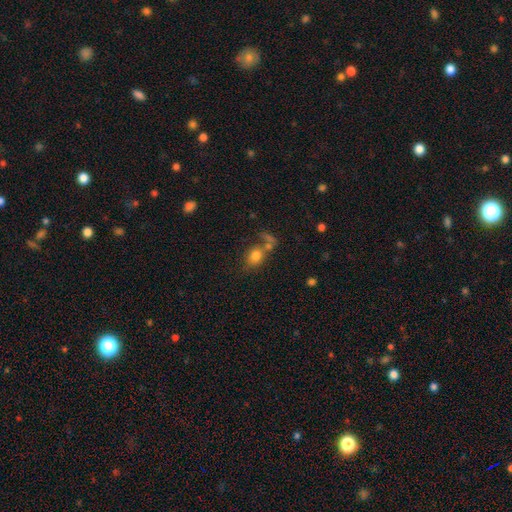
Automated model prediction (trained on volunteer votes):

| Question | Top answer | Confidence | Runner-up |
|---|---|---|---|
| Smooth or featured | smooth | 78% | featured or disk (12%) |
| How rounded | in between | 52% | round (46%) |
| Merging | none | 43% | merger (33%) |